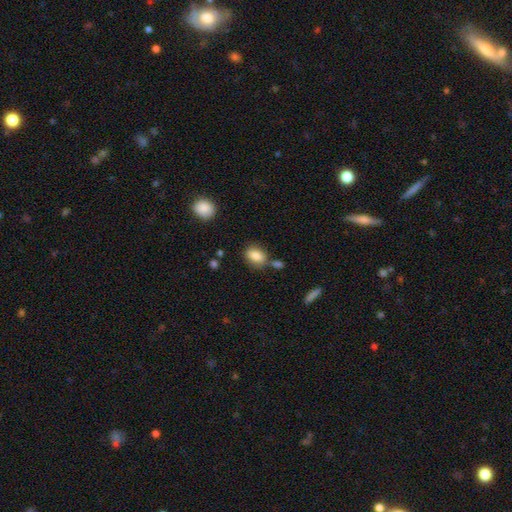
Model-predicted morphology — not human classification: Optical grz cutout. It shows a smooth galaxy with no disk features (83%) that is in between round and cigar-shaped (76%). Merging: none (64%).